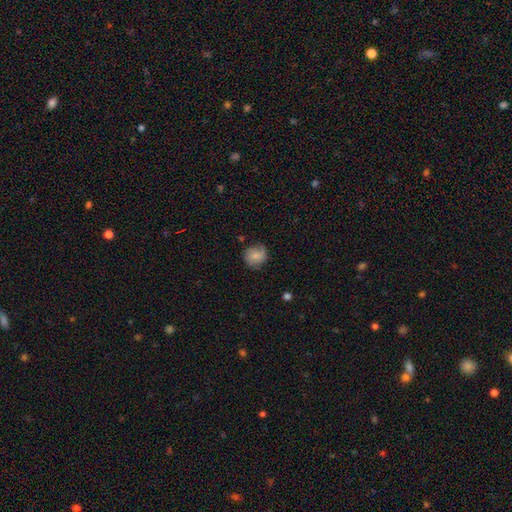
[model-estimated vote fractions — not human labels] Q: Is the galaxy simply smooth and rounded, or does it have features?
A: smooth — 77%.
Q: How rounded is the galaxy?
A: round — 81%.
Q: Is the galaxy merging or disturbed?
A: none — 73%.